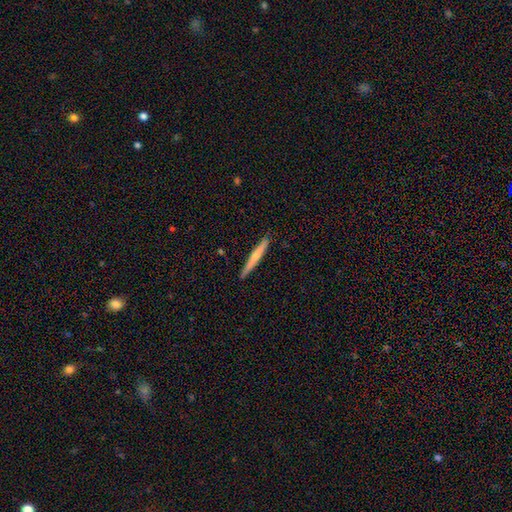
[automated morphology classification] smooth 52%, featured or disk 43%, star or artifact 5%. Down the decision tree: how rounded — cigar-shaped (96%); merging — none (90%).